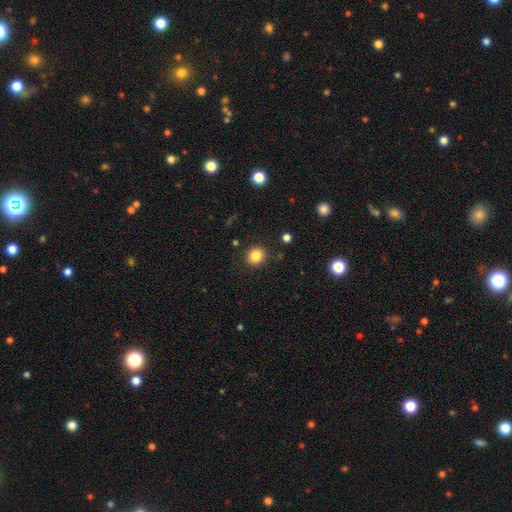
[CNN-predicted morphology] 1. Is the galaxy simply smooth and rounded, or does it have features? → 85% smooth, 10% star or artifact, 4% featured or disk.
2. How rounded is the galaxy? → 84% round, 15% in between, 1% cigar-shaped.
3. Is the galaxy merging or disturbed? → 89% none, 7% minor disturbance, 3% major disturbance, 2% merger.